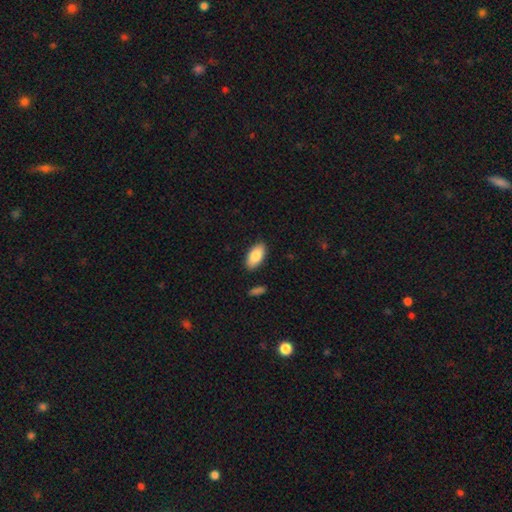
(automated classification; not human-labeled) The model was most divided on "smooth or featured": smooth: 84%, featured or disk: 9%, star or artifact: 6%. More confident: how rounded — in between (93%); merging — none (86%).